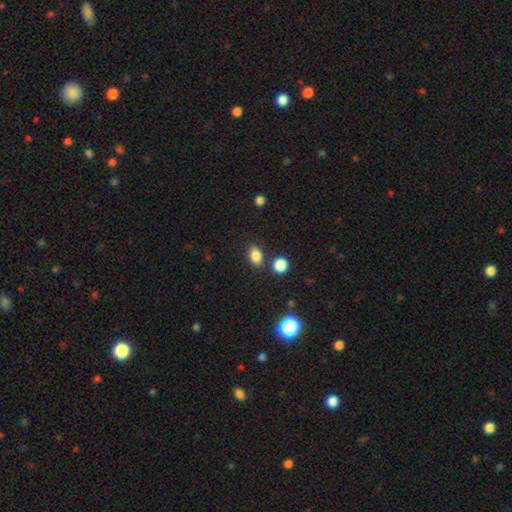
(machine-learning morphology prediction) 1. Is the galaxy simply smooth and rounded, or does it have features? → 83% smooth, 12% star or artifact, 5% featured or disk.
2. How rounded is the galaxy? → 76% in between, 22% round, 2% cigar-shaped.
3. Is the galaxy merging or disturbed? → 78% none, 11% minor disturbance, 8% merger, 3% major disturbance.